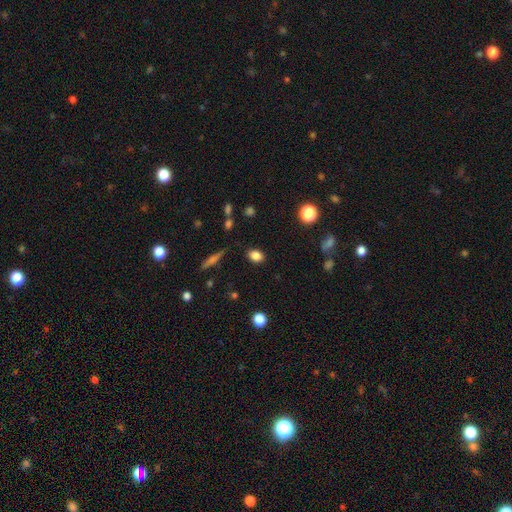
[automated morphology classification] smooth 83%, star or artifact 10%, featured or disk 7%. Down the decision tree: how rounded — in between (76%); merging — none (85%).